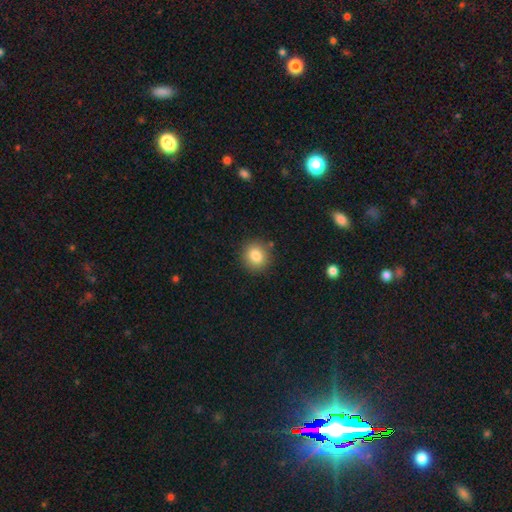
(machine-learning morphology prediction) Smooth or featured? smooth (84%)
How rounded? round (83%)
Merging? none (87%)